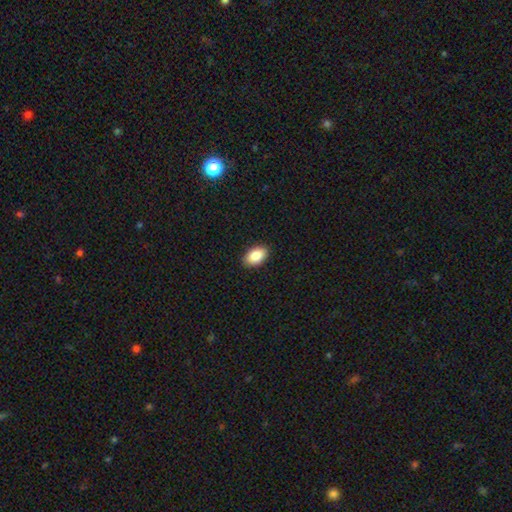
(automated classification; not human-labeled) A smooth galaxy with no disk features (87%) that is in between round and cigar-shaped (92%). Merging: none (90%).